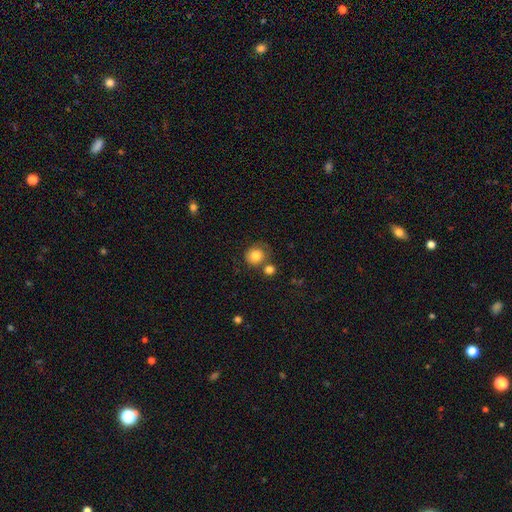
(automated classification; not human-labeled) Smooth or featured: smooth — 81% (featured or disk — 10%)
How rounded: round — 84% (in between — 15%)
Merging: none — 62% (merger — 17%)